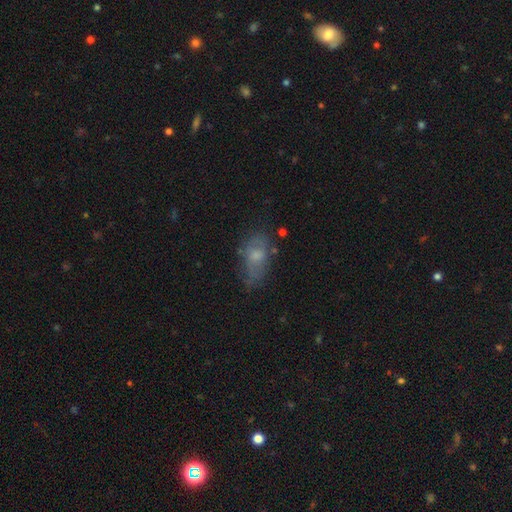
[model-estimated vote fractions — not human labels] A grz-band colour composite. It shows a smooth galaxy with no disk features (58%) that is in between round and cigar-shaped (87%). Merging: none (54%).